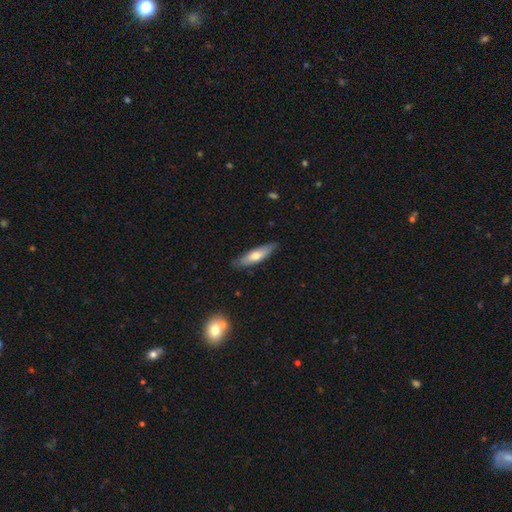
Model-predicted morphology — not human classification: type=smooth (62%); roundness=cigar-shaped (64%); merging=none (84%).